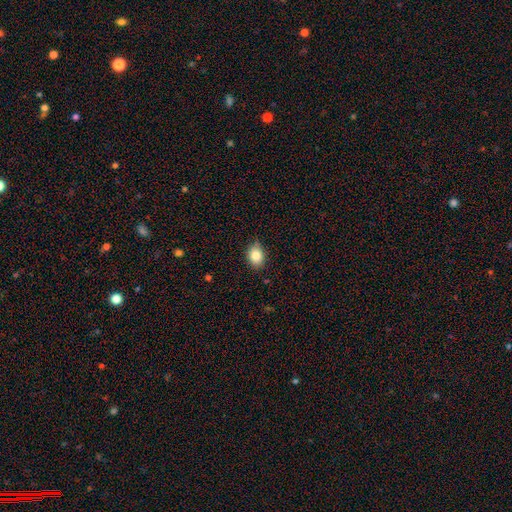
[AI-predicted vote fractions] This is clearly a smooth galaxy (83%). How rounded: likely in between (68%). Merging: likely none (79%).